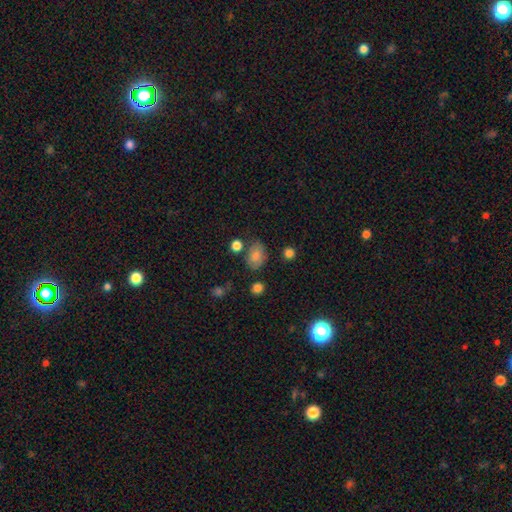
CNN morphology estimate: smooth-or-featured: smooth: 82% | star or artifact: 10% | featured or disk: 8%
  how-rounded: in between: 75% | round: 24% | cigar-shaped: 1%
  merging: none: 67% | minor disturbance: 20% | merger: 6% | major disturbance: 6%